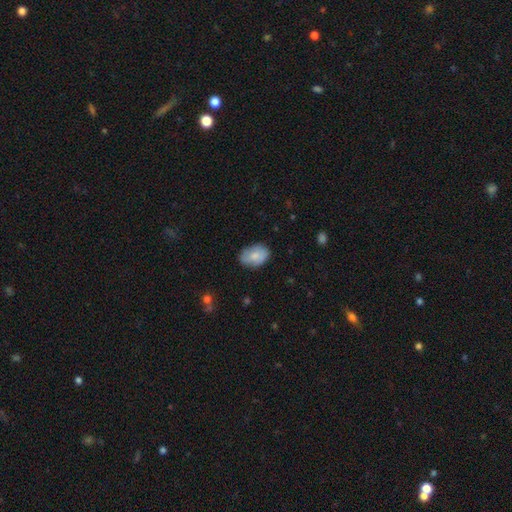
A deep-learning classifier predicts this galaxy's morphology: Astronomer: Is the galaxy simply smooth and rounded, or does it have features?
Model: smooth — 78%.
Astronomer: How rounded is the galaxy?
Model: in between — 86%.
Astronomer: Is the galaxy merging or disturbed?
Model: none — 78%.